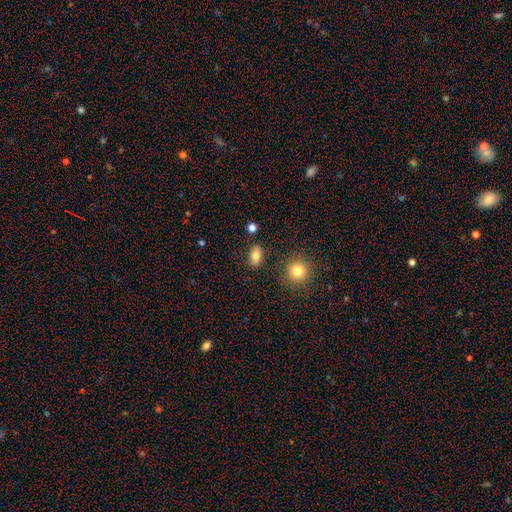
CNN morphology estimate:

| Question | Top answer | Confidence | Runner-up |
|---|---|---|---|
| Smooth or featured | smooth | 79% | featured or disk (12%) |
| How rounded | in between | 82% | round (15%) |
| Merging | none | 84% | minor disturbance (10%) |